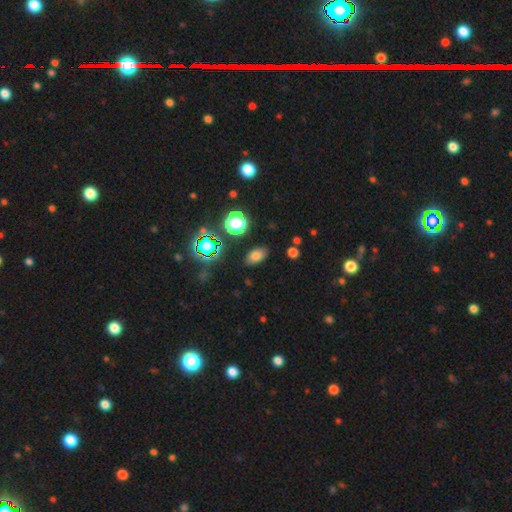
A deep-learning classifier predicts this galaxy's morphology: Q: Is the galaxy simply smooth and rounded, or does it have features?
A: smooth — 72%.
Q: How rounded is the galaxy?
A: in between — 85%.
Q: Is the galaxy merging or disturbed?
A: none — 85%.